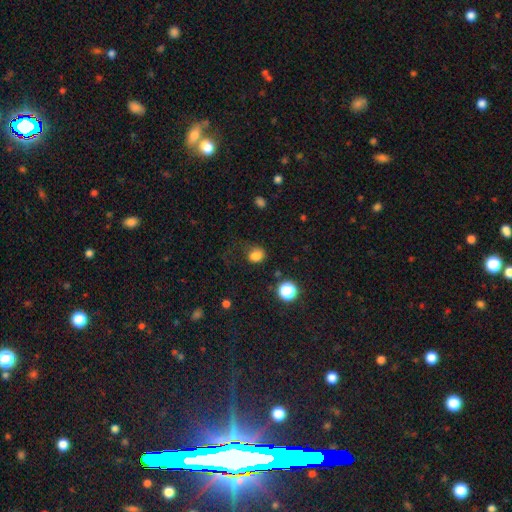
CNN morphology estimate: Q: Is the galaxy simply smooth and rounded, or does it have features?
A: smooth — 81%.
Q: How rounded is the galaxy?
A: round — 65%.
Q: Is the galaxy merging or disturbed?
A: none — 64%.